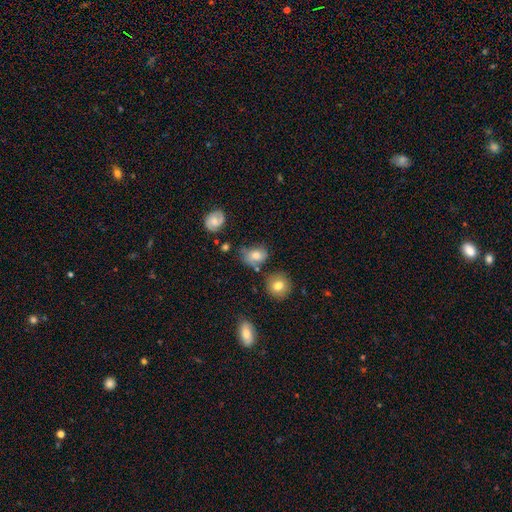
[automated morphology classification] smooth-or-featured: smooth: 71% | featured or disk: 18% | star or artifact: 11%
  how-rounded: in between: 64% | round: 34% | cigar-shaped: 1%
  merging: none: 51% | minor disturbance: 28% | major disturbance: 13% | merger: 8%